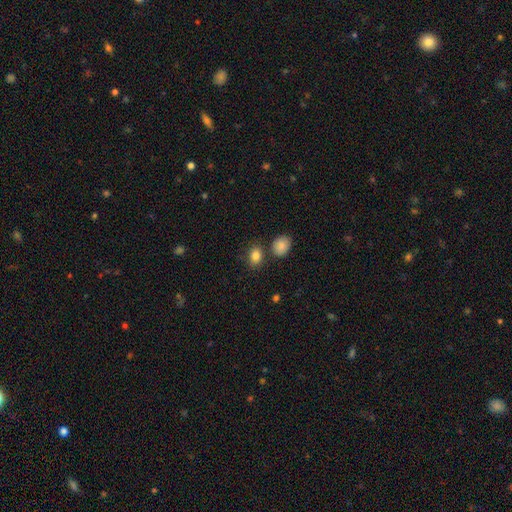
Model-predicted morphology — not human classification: This is clearly a smooth galaxy (84%). How rounded: likely in between (63%). Merging: likely none (73%).